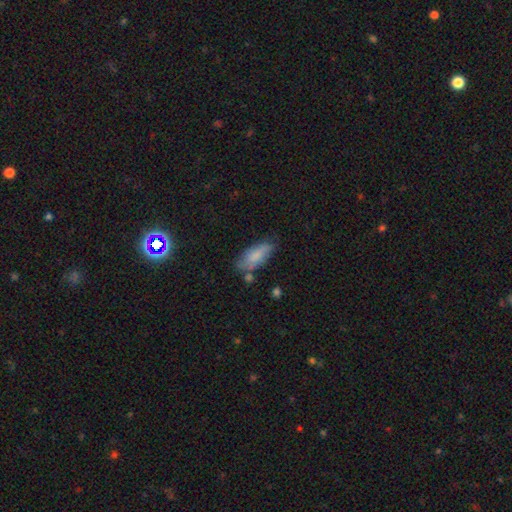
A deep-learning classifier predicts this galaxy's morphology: Overall: smooth (78%). How rounded: in between (76%). Merging: none (64%; minor disturbance 24%).